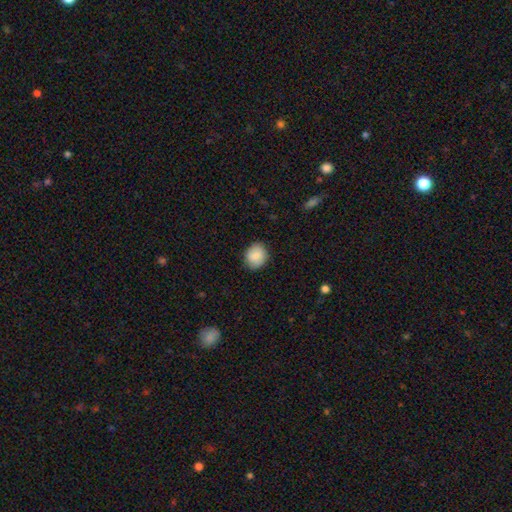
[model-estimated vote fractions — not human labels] This appears to be a smooth galaxy with no disk features (87%) that is round (63%). Merging: none (84%).